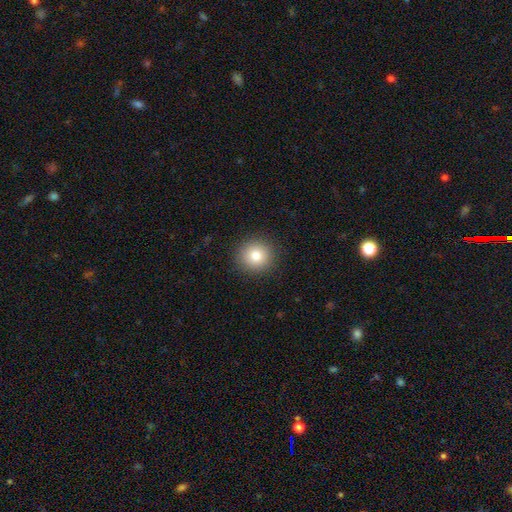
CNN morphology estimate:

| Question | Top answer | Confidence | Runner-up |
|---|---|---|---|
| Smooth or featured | smooth | 81% | star or artifact (11%) |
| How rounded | round | 93% | in between (6%) |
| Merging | none | 91% | minor disturbance (6%) |